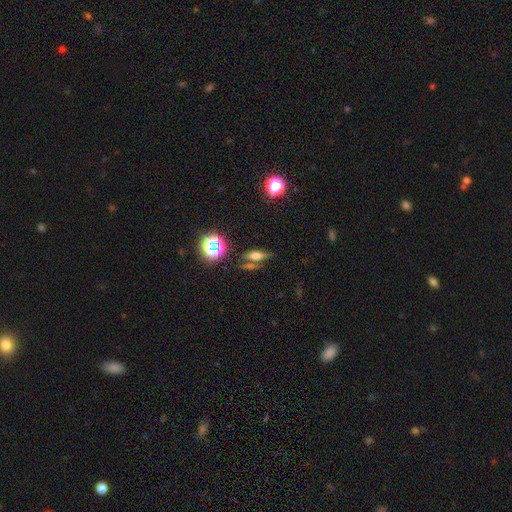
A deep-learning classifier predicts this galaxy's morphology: The model was most divided on "smooth or featured": smooth: 47%, featured or disk: 32%, star or artifact: 20%. More confident: merging — none (66%).